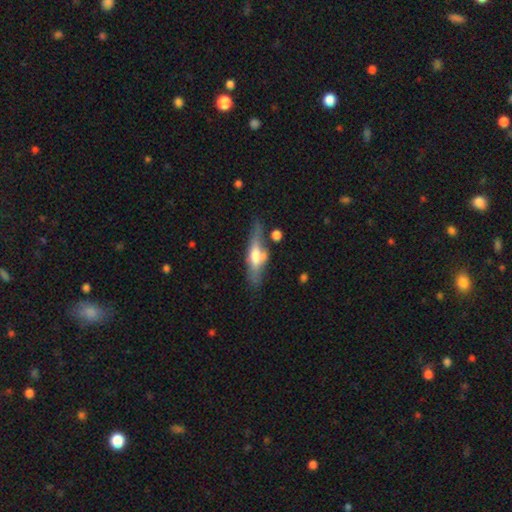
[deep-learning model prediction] A featured or disk galaxy (57%) viewed edge-on (81%).

Vote fractions:
- Smooth or featured? featured or disk: 57% / smooth: 36% / star or artifact: 6%
- Edge-on disk? yes: 81% / no: 19%
- Merging? none: 56% / minor disturbance: 23% / major disturbance: 11% / merger: 10%